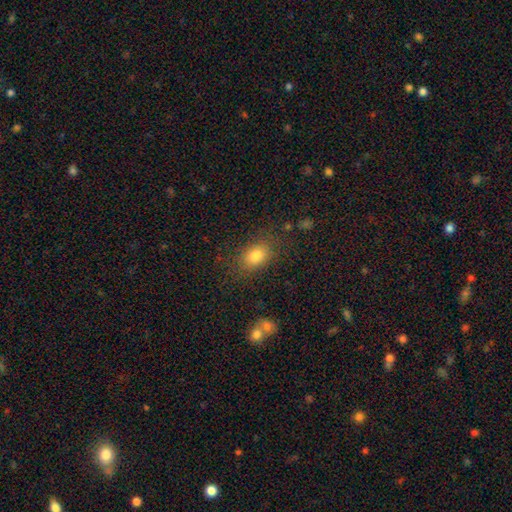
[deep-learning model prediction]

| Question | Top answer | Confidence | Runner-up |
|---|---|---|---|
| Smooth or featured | smooth | 81% | star or artifact (10%) |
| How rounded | in between | 78% | round (20%) |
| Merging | none | 80% | minor disturbance (13%) |